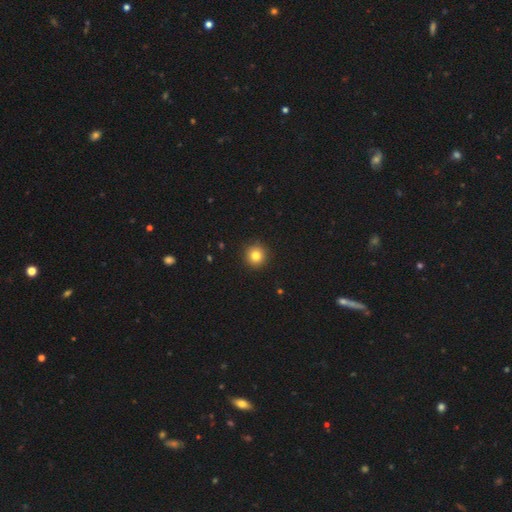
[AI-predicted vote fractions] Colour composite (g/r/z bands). It shows a smooth galaxy with no disk features (81%) that is round (95%). Merging: none (93%).